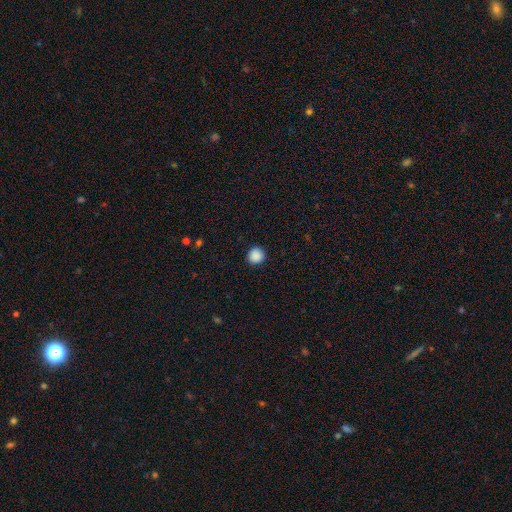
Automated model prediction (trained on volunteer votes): Q: Smooth or featured?
A: smooth (88%); runner-up: star or artifact (9%)
Q: How rounded?
A: round (94%); runner-up: in between (5%)
Q: Merging?
A: none (92%); runner-up: minor disturbance (5%)